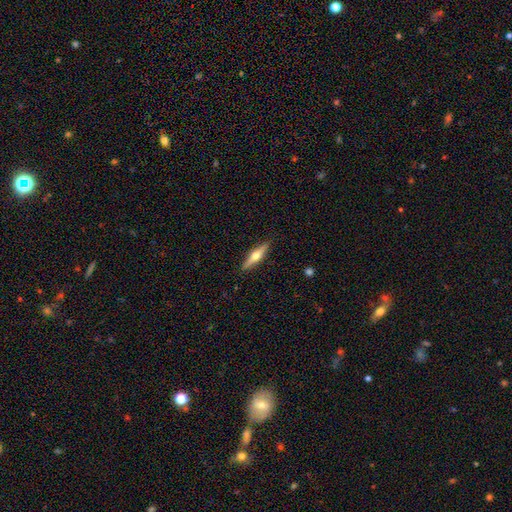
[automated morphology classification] Overall: featured or disk (67%; smooth 28%). Edge-on disk: yes (97%). Edge-on bulge: rounded (95%). Merging: none (91%).